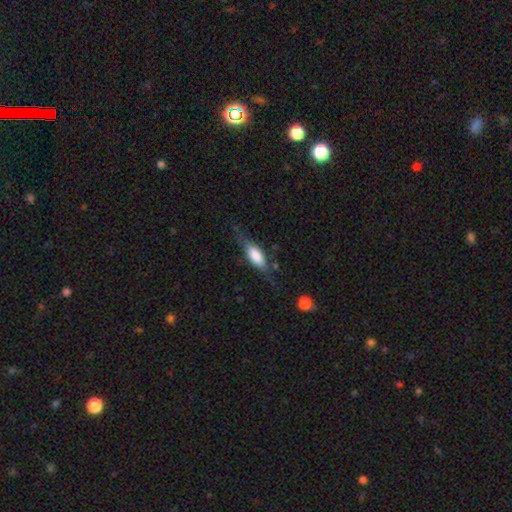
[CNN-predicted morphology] The model was most divided on "how rounded": in between: 60%, cigar-shaped: 37%, round: 3%. More confident: merging — none (66%); smooth or featured — smooth (59%).